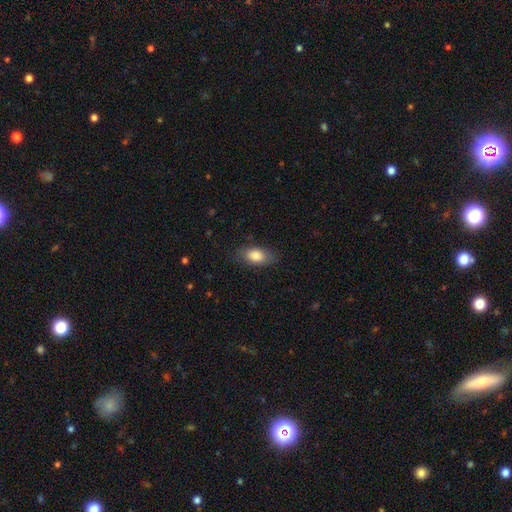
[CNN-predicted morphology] smooth_or_featured: smooth (p=0.83) [alt: featured or disk p=0.10]
how_rounded: in between (p=0.89) [alt: round p=0.06]
merging: none (p=0.81) [alt: minor disturbance p=0.14]